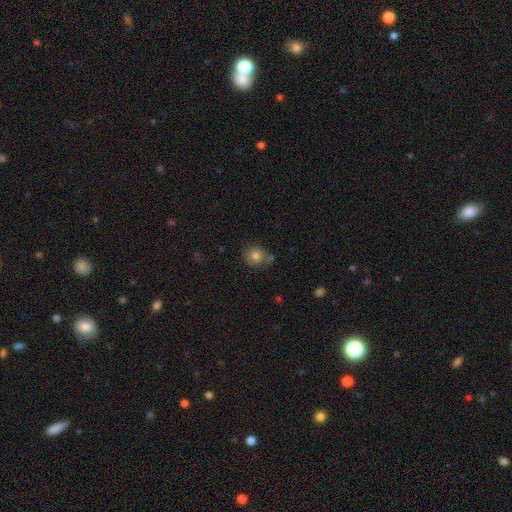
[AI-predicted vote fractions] Smooth or featured? Predicted: smooth (p=0.76). How rounded? Predicted: round (p=0.77). Merging? Predicted: none (p=0.64).